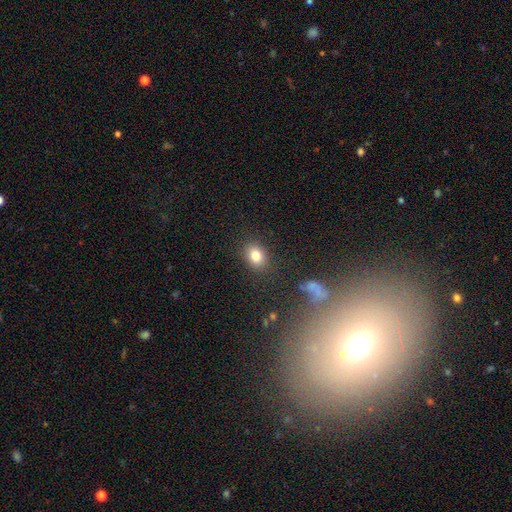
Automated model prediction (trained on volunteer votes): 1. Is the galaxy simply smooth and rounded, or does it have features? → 82% smooth, 10% star or artifact, 8% featured or disk.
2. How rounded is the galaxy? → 60% in between, 39% round, 1% cigar-shaped.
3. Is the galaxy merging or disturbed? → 85% none, 9% minor disturbance, 3% major disturbance, 2% merger.